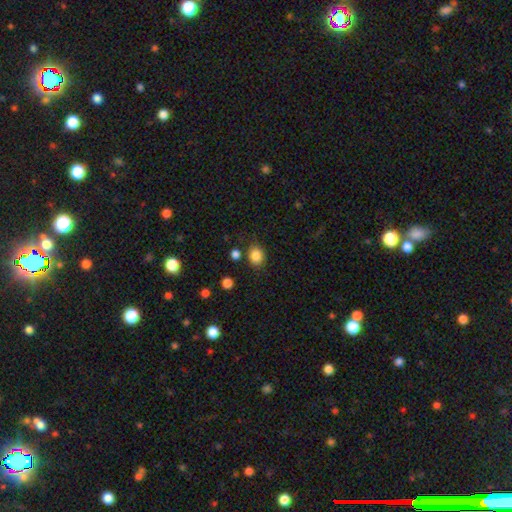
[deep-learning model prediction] The model was most divided on "how rounded": round: 63%, in between: 36%, cigar-shaped: 1%. More confident: smooth or featured — smooth (85%); merging — none (79%).